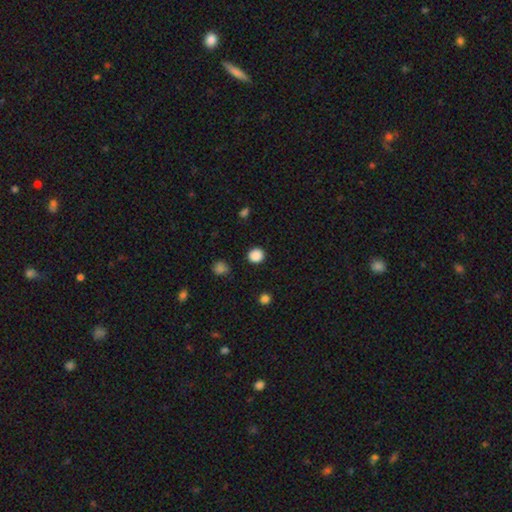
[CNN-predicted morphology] smooth-or-featured: smooth: 87% | star or artifact: 10% | featured or disk: 3%
  how-rounded: round: 88% | in between: 11% | cigar-shaped: 1%
  merging: none: 91% | minor disturbance: 6% | major disturbance: 2% | merger: 1%